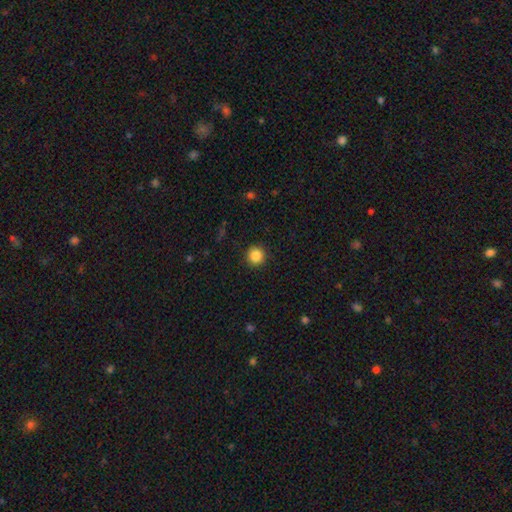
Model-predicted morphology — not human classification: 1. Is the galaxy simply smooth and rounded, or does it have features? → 86% smooth, 10% star or artifact, 4% featured or disk.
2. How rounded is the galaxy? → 94% round, 5% in between, 1% cigar-shaped.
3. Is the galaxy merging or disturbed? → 92% none, 5% minor disturbance, 2% major disturbance, 1% merger.